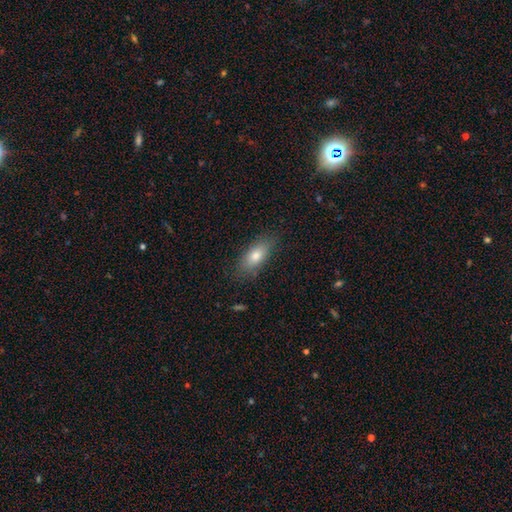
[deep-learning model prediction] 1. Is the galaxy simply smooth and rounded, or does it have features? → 76% smooth, 17% featured or disk, 8% star or artifact.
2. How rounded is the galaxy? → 78% in between, 18% cigar-shaped, 4% round.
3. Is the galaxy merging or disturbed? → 83% none, 13% minor disturbance, 3% major disturbance, 1% merger.